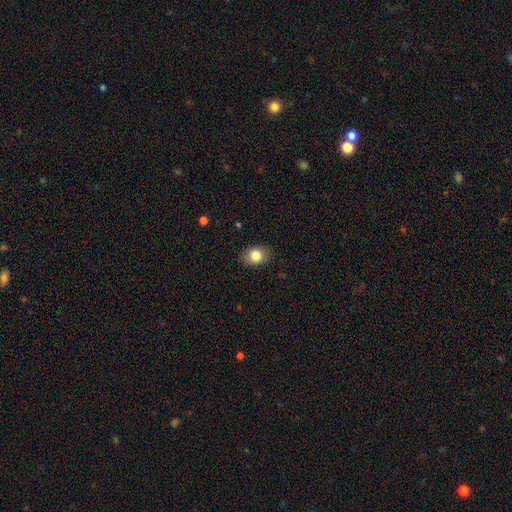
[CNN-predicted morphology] A smooth galaxy with no disk features (82%) that is in between round and cigar-shaped (58%). Merging: none (85%).